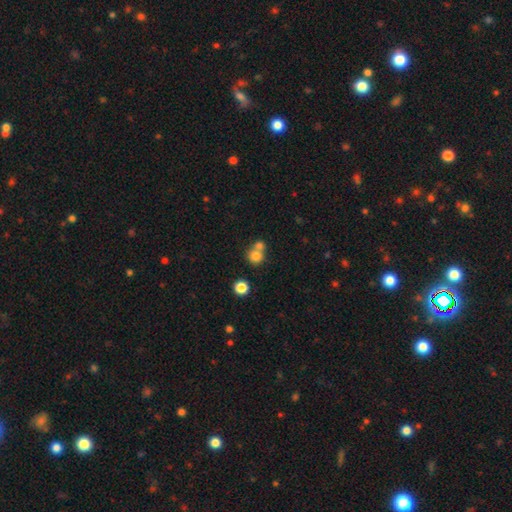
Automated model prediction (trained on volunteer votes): Overall: smooth (78%). How rounded: round (87%). Merging: merger (48%; none 44%).